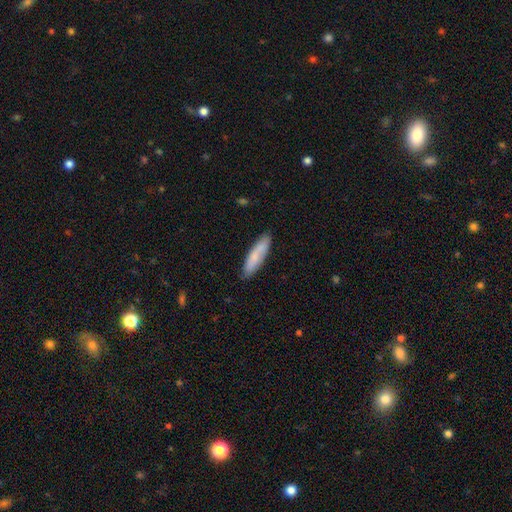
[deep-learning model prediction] Morphology: type=smooth (75%); roundness=cigar-shaped (72%); merging=none (84%).